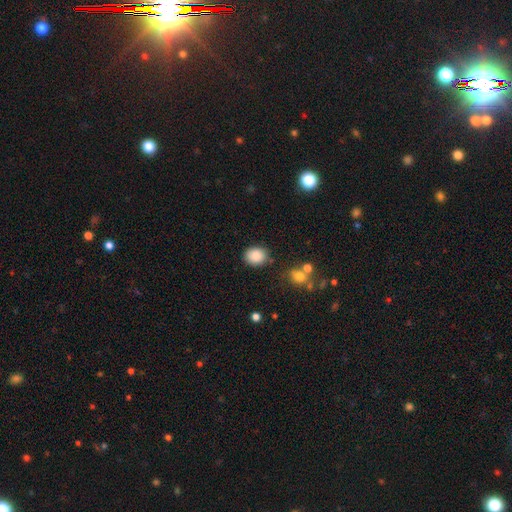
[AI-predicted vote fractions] This is clearly a smooth galaxy (87%). How rounded: possibly round (52%). Merging: clearly none (80%).